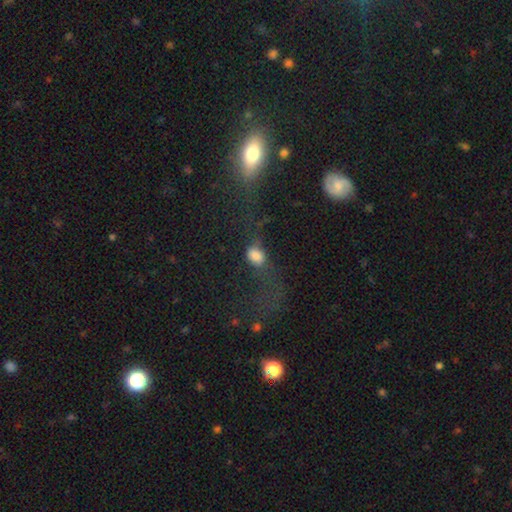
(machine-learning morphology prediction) smooth-or-featured: smooth: 70% | star or artifact: 15% | featured or disk: 14%
  how-rounded: in between: 73% | round: 23% | cigar-shaped: 4%
  merging: major disturbance: 43% | none: 29% | minor disturbance: 19% | merger: 9%